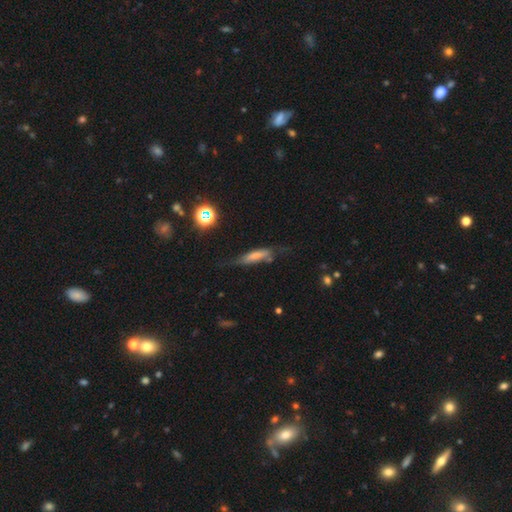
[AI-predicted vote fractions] Smooth or featured?
  - smooth: 55% *
  - featured or disk: 35%
  - star or artifact: 10%
How rounded?
  - cigar-shaped: 70% *
  - in between: 27%
  - round: 3%
Merging?
  - none: 47% *
  - minor disturbance: 29%
  - major disturbance: 18%
  - merger: 6%